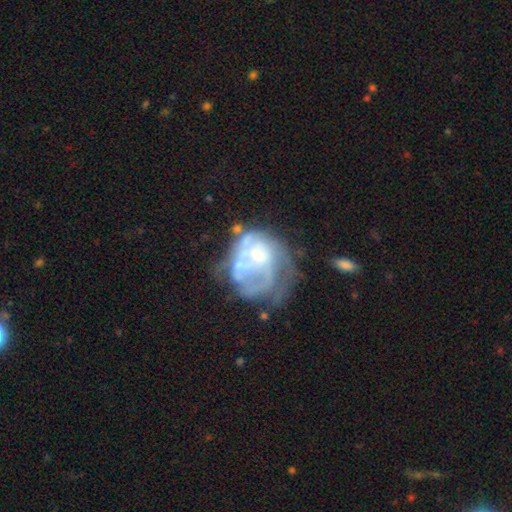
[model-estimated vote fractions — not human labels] Smooth or featured? Predicted: featured or disk (p=0.69). Edge-on disk? Predicted: no (p=0.98). Bar? Predicted: no (p=0.76). Spiral arms? Predicted: yes (p=0.54). Bulge size? Predicted: small (p=0.40). Merging? Predicted: major disturbance (p=0.43).